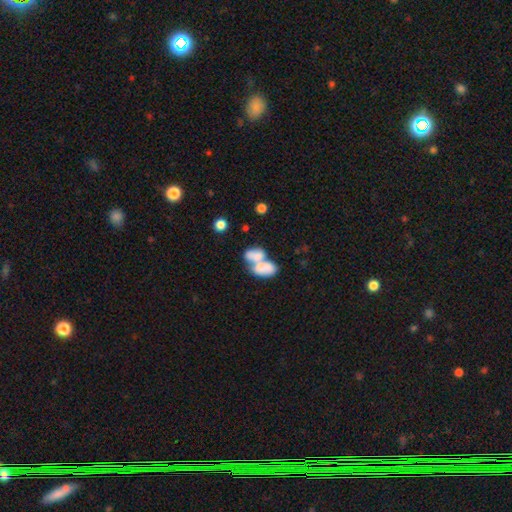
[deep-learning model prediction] smooth 65%, featured or disk 27%, star or artifact 8%. Down the decision tree: how rounded — in between (88%); merging — merger (76%).